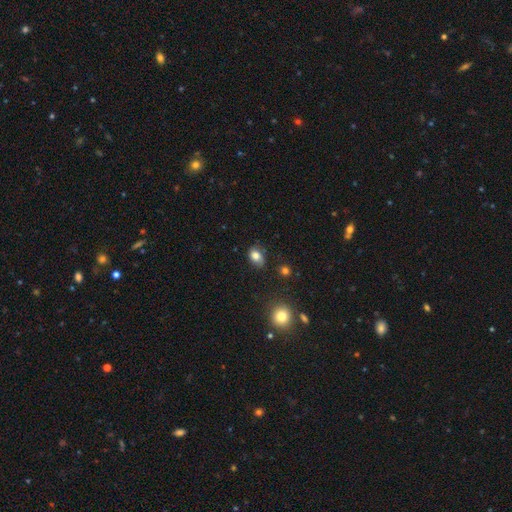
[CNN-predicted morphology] smooth_or_featured: smooth (p=0.79) [alt: featured or disk p=0.11]
how_rounded: in between (p=0.76) [alt: round p=0.23]
merging: none (p=0.66) [alt: minor disturbance p=0.26]